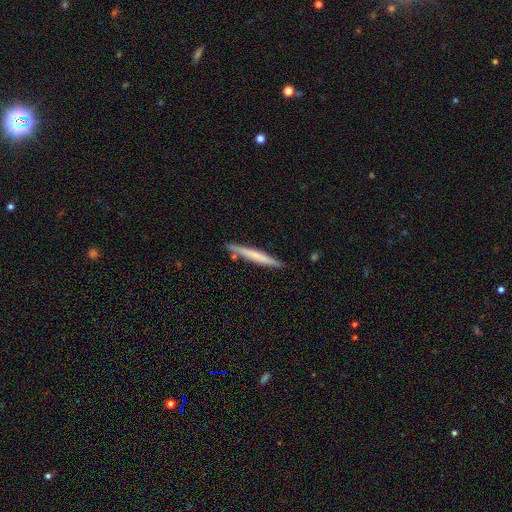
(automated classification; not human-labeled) Smooth or featured?
  - smooth: 60% *
  - featured or disk: 35%
  - star or artifact: 5%
How rounded?
  - cigar-shaped: 96% *
  - in between: 3%
  - round: 1%
Merging?
  - none: 86% *
  - minor disturbance: 10%
  - merger: 3%
  - major disturbance: 2%